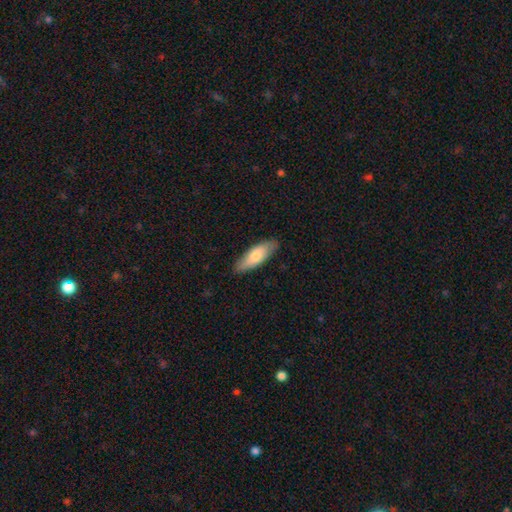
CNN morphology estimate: type=smooth (73%); roundness=in between (63%); merging=none (83%).